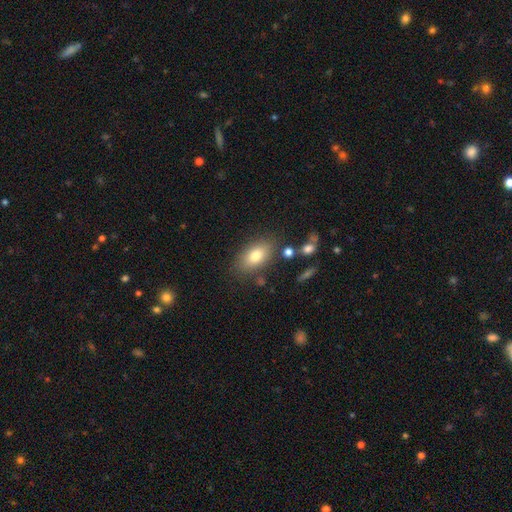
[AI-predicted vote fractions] Smooth or featured? smooth (79%)
How rounded? in between (89%)
Merging? none (79%)